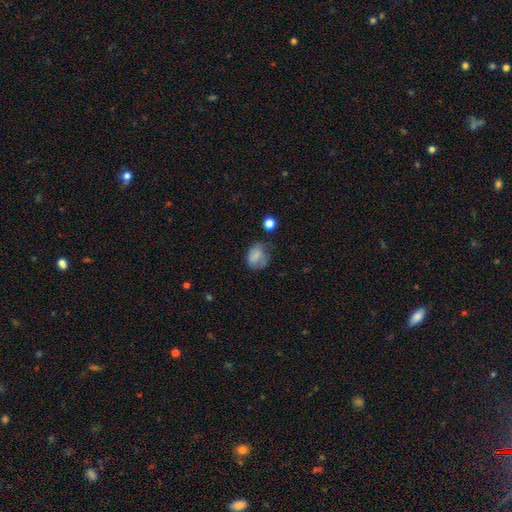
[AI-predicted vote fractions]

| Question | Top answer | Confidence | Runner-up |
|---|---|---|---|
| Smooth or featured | smooth | 73% | featured or disk (17%) |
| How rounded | in between | 54% | round (45%) |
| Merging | none | 44% | minor disturbance (33%) |